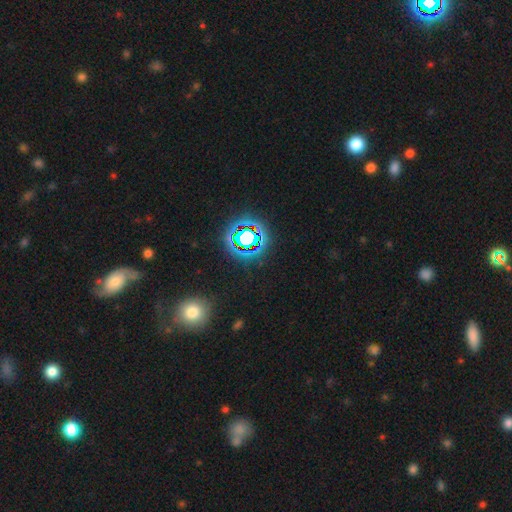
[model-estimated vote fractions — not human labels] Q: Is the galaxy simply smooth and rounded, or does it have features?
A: star or artifact — 63%.